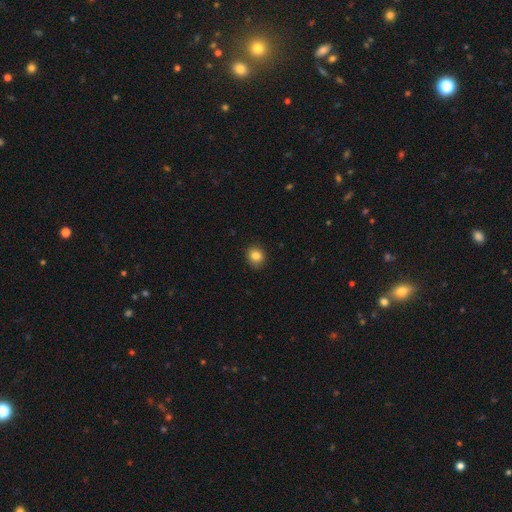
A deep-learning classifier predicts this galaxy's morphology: Overall: smooth (85%). How rounded: round (79%). Merging: none (88%).